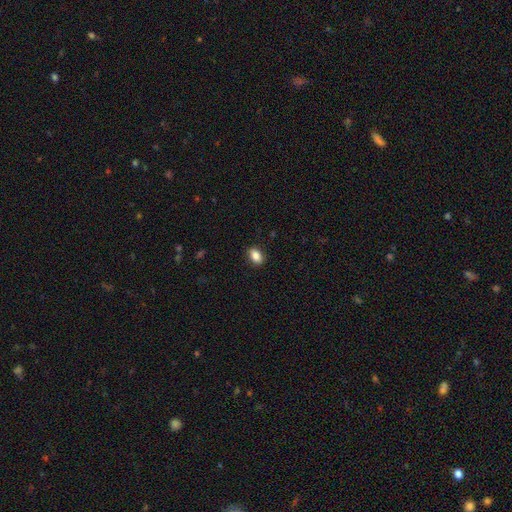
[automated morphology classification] This appears to be a smooth galaxy with no disk features (86%) that is in between round and cigar-shaped (83%). Merging: none (89%).